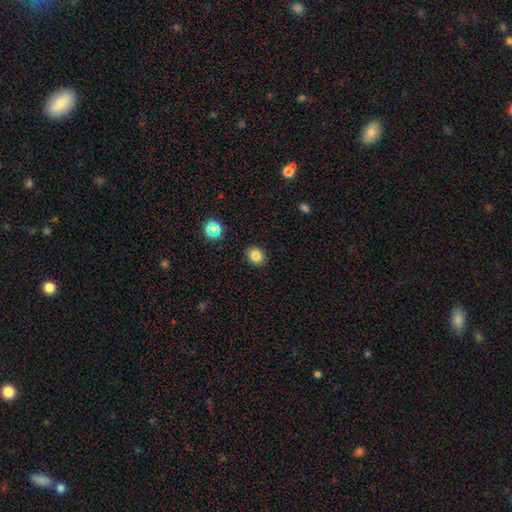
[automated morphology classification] Overall: smooth (81%). How rounded: round (56%; in between 43%). Merging: none (89%).